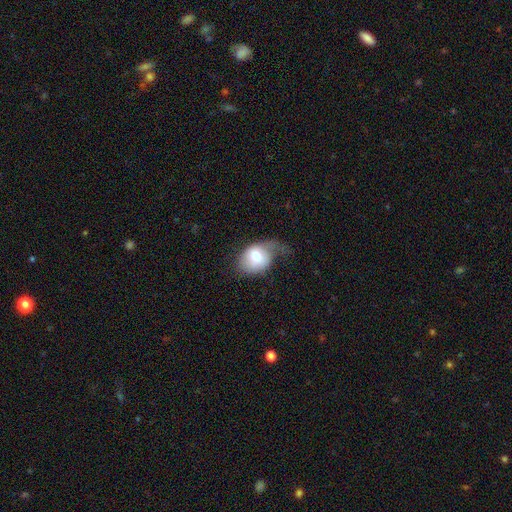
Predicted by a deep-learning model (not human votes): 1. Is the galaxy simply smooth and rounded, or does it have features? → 72% smooth, 21% featured or disk, 7% star or artifact.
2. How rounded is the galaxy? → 65% in between, 34% round, 1% cigar-shaped.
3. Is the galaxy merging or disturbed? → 36% major disturbance, 35% minor disturbance, 26% none, 3% merger.